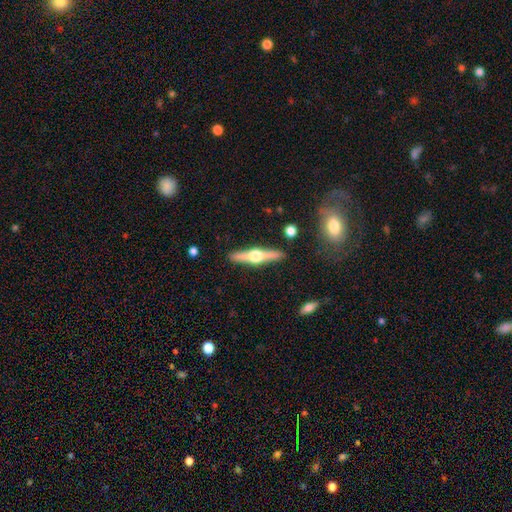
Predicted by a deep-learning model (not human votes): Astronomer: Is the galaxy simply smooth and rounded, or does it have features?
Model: featured or disk — 75%.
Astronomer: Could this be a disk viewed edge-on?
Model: yes — 98%.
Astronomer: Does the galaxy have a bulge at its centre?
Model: rounded — 96%.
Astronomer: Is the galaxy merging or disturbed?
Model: none — 90%.